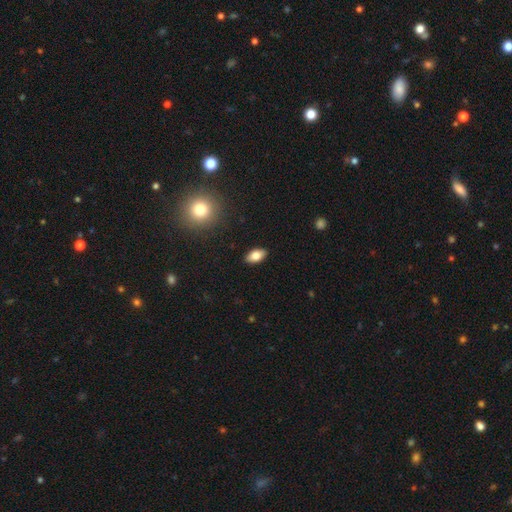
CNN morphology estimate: Smooth or featured? smooth (78%)
How rounded? in between (92%)
Merging? none (89%)